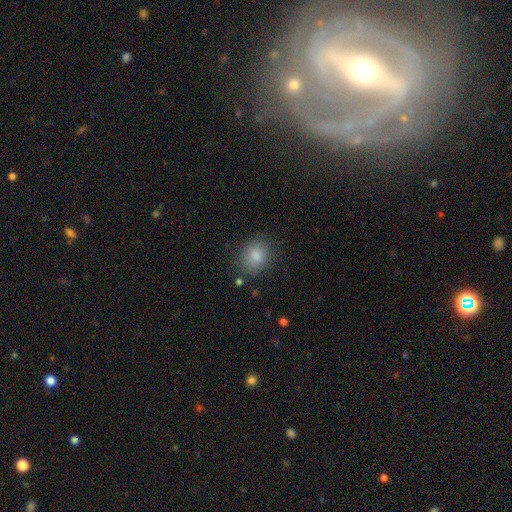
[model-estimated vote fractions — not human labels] smooth 84%, star or artifact 9%, featured or disk 7%. Down the decision tree: how rounded — round (59%); merging — none (78%).